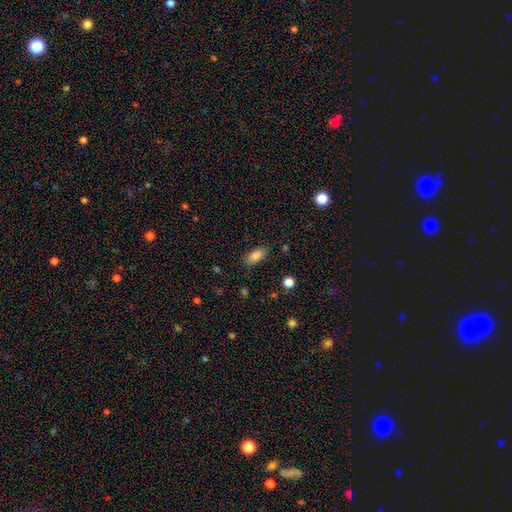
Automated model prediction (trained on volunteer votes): A smooth galaxy with no disk features (85%) that is in between round and cigar-shaped (87%). Merging: none (84%).